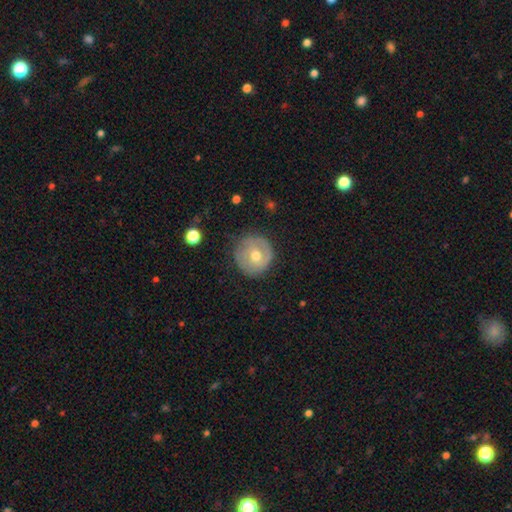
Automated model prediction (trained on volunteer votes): smooth 50%, featured or disk 42%, star or artifact 8%. Down the decision tree: how rounded — round (92%); merging — none (75%).